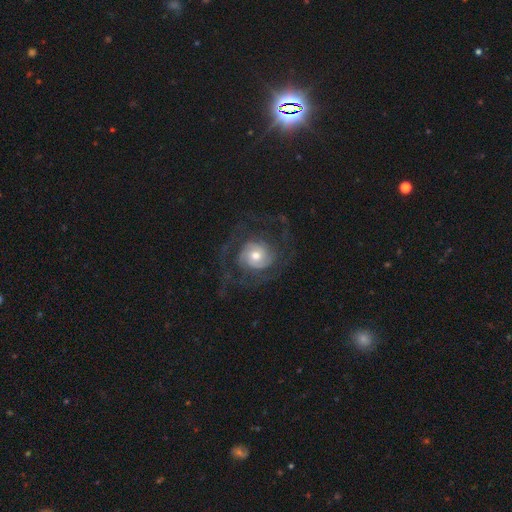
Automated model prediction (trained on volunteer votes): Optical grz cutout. It shows a featured or disk galaxy (81%) with no bar (73%), 2 (40%) tight (41%) spiral arms (93%) and a moderate central bulge (59%). Merging: none (64%).